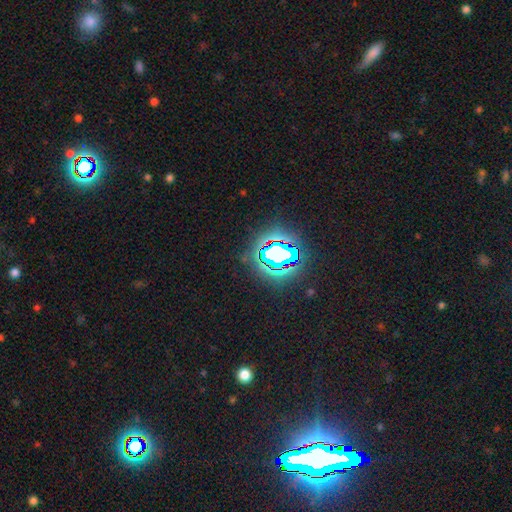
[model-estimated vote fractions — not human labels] smooth-or-featured: star or artifact: 80% | smooth: 12% | featured or disk: 7%